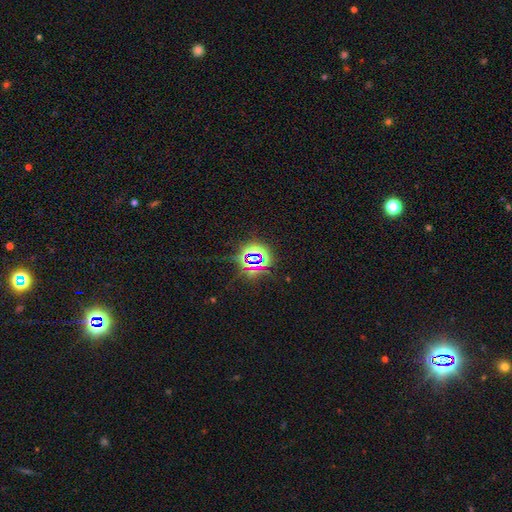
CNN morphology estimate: Smooth or featured: star or artifact — 79% (smooth — 12%)